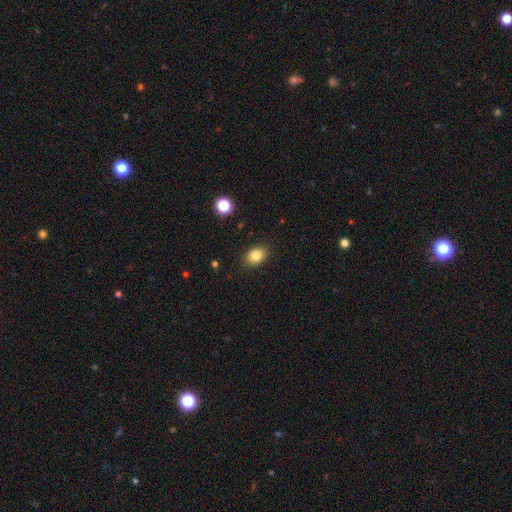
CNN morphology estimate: Smooth or featured?
  - smooth: 82% *
  - star or artifact: 10%
  - featured or disk: 7%
How rounded?
  - in between: 69% *
  - round: 30%
  - cigar-shaped: 1%
Merging?
  - none: 87% *
  - minor disturbance: 9%
  - major disturbance: 2%
  - merger: 1%